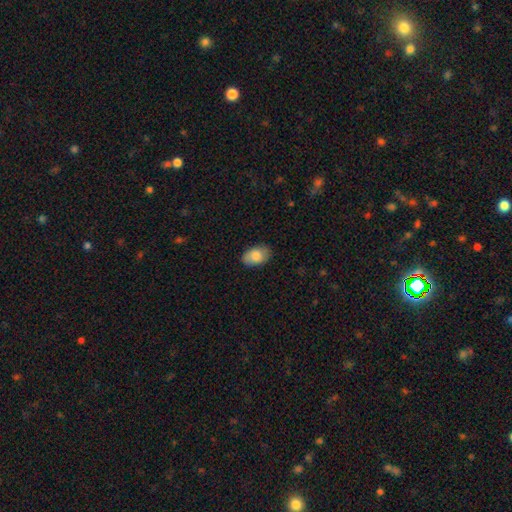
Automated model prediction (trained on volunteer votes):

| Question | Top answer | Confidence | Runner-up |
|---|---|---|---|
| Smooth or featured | smooth | 83% | featured or disk (11%) |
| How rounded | in between | 91% | round (8%) |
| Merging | none | 84% | minor disturbance (13%) |